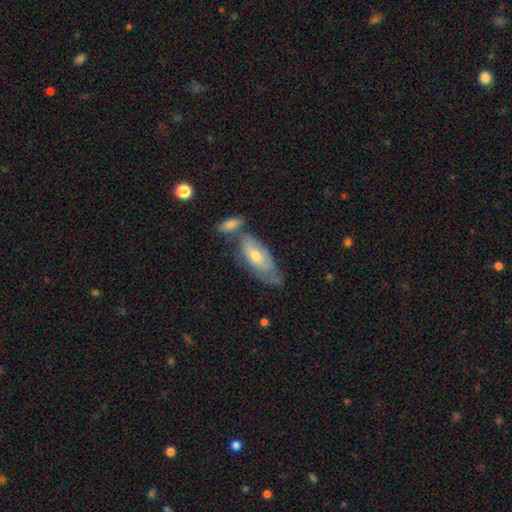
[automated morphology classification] smooth 47% (tied), featured or disk 47% (tied), star or artifact 6%. Down the decision tree: merging — none (38%).